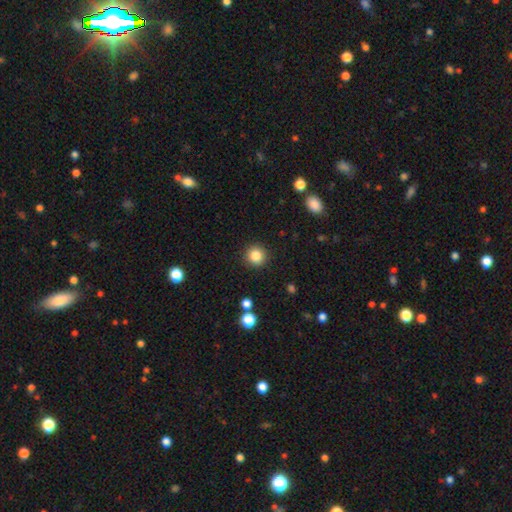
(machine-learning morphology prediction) Overall: smooth (85%). How rounded: round (94%). Merging: none (91%).